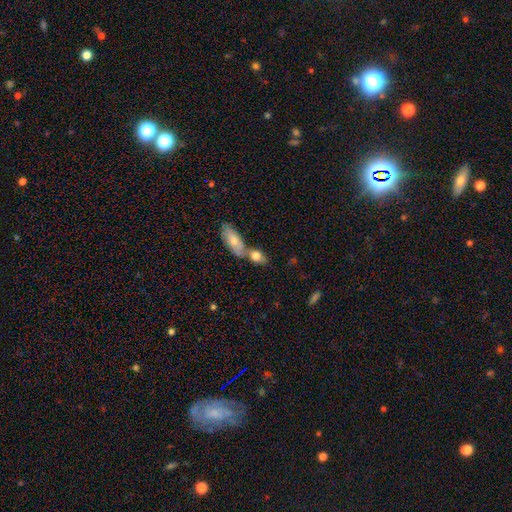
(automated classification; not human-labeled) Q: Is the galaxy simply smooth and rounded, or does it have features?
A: smooth — 74%.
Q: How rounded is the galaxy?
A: in between — 73%.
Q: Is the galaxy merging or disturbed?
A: merger — 50%.